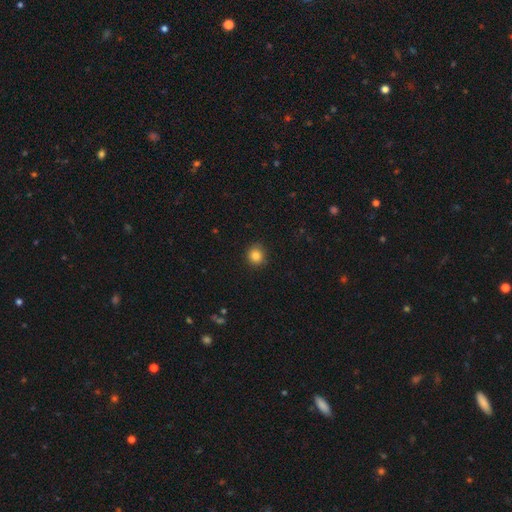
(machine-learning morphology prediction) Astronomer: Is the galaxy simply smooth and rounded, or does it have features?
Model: smooth — 84%.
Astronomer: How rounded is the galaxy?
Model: round — 90%.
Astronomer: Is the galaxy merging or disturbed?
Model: none — 88%.